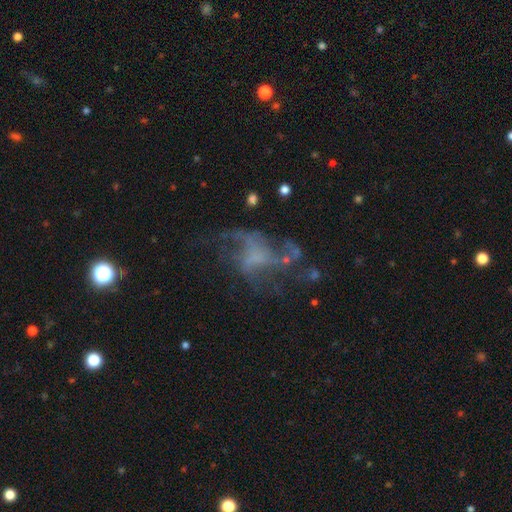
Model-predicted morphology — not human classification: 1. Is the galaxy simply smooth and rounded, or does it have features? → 66% featured or disk, 18% star or artifact, 17% smooth.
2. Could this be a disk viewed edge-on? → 96% no, 4% yes.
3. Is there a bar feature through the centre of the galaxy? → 66% no, 27% weak, 8% strong.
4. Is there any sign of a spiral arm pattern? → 60% yes, 40% no.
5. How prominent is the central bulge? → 63% none, 18% small, 13% moderate, 4% large, 2% dominant.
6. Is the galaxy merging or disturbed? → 40% major disturbance, 39% none, 15% minor disturbance, 6% merger.